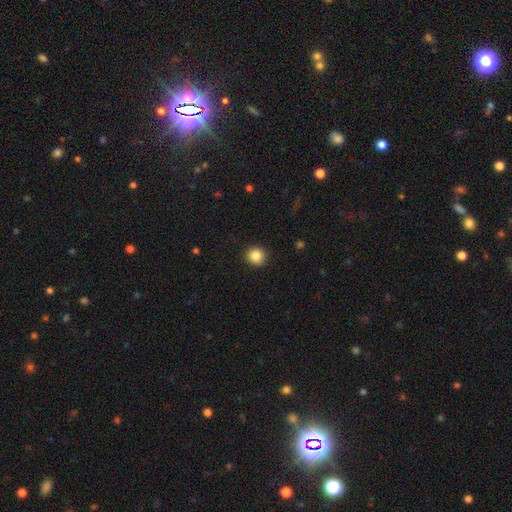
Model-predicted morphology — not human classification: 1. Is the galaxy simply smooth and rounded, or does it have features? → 85% smooth, 10% star or artifact, 5% featured or disk.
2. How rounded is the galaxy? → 88% round, 11% in between, 1% cigar-shaped.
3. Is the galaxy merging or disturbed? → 91% none, 6% minor disturbance, 2% major disturbance, 1% merger.